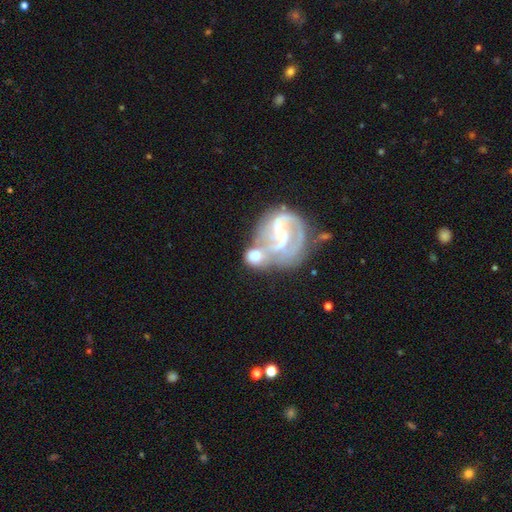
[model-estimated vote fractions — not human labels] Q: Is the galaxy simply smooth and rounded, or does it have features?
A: featured or disk — 70%.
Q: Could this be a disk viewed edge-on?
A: no — 98%.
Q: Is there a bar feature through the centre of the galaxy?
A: weak — 43%.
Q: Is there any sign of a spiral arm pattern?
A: yes — 89%.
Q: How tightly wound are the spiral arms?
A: medium — 50%.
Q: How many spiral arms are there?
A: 2 — 74%.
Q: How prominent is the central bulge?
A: small — 65%.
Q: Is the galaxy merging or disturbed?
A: merger — 49%.